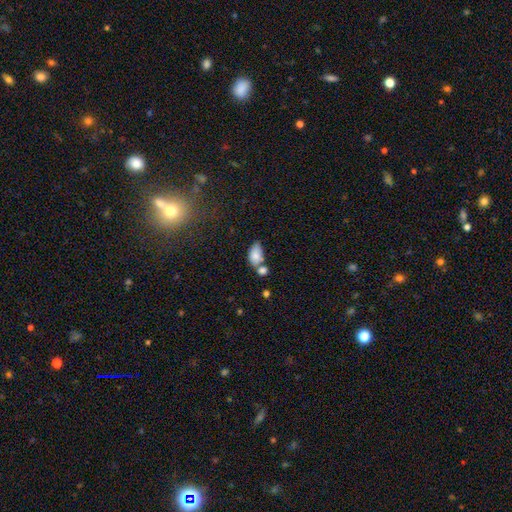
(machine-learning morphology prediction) smooth 79%, featured or disk 13%, star or artifact 8%. Down the decision tree: how rounded — in between (91%); merging — none (40%).